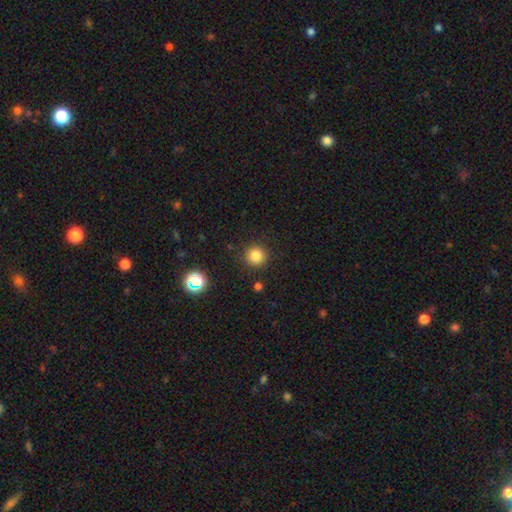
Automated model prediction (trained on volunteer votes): Smooth or featured? Predicted: smooth (p=0.82). How rounded? Predicted: round (p=0.95). Merging? Predicted: none (p=0.90).